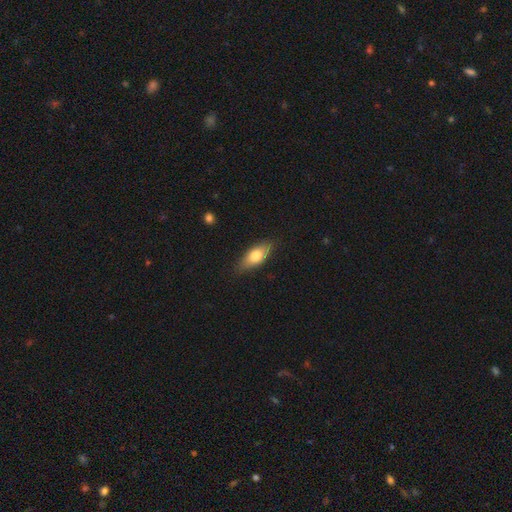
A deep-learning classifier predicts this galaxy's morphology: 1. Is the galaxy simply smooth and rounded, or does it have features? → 70% smooth, 24% featured or disk, 6% star or artifact.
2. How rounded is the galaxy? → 79% in between, 17% cigar-shaped, 4% round.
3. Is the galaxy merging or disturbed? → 83% none, 13% minor disturbance, 2% major disturbance, 1% merger.